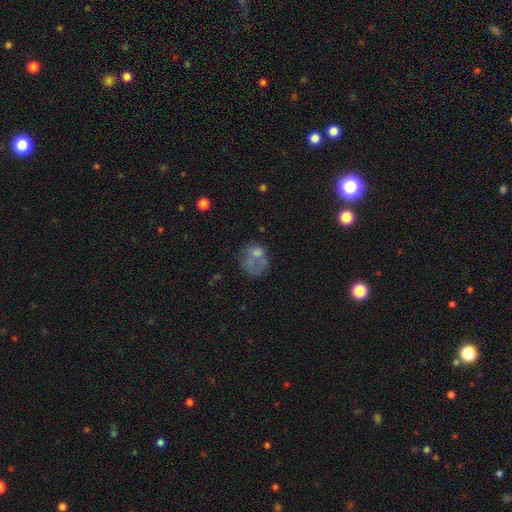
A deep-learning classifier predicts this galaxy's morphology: Smooth or featured? smooth (57%)
How rounded? round (58%)
Merging? major disturbance (32%, tied with none)